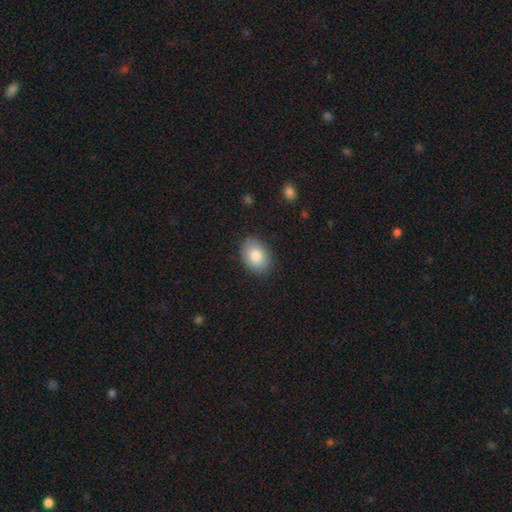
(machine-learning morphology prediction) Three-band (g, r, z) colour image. It shows a smooth galaxy with no disk features (84%) that is in between round and cigar-shaped (80%). Merging: none (86%).